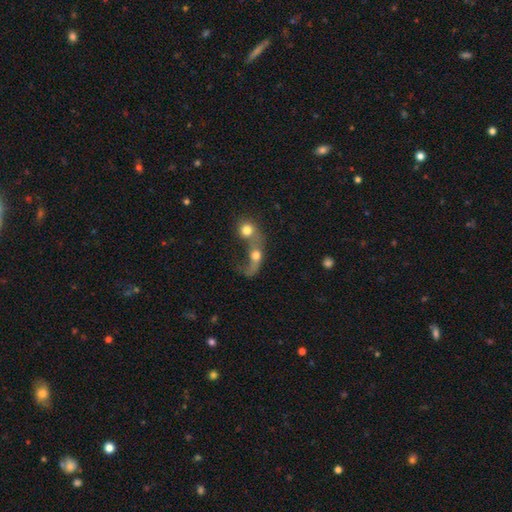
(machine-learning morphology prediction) Q: Smooth or featured?
A: smooth (56%); runner-up: featured or disk (33%)
Q: How rounded?
A: round (49%); runner-up: in between (44%)
Q: Merging?
A: merger (74%); runner-up: major disturbance (13%)